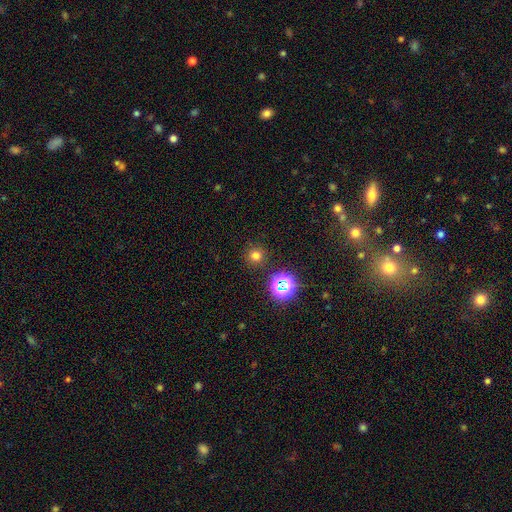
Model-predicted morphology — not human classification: Smooth or featured? Predicted: smooth (p=0.70). How rounded? Predicted: round (p=0.95). Merging? Predicted: none (p=0.89).